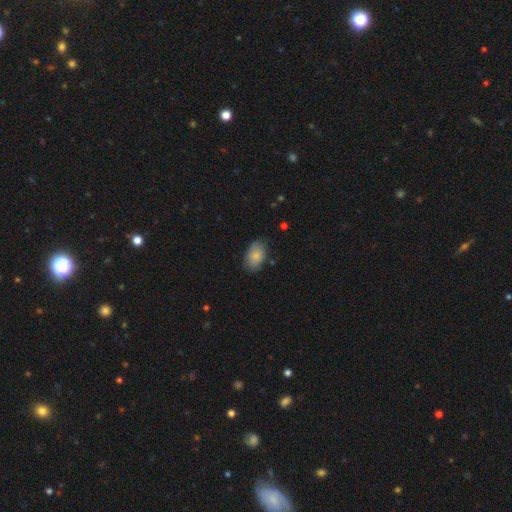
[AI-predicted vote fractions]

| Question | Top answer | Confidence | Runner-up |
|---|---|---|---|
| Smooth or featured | smooth | 81% | featured or disk (12%) |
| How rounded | in between | 91% | round (8%) |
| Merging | none | 74% | minor disturbance (20%) |